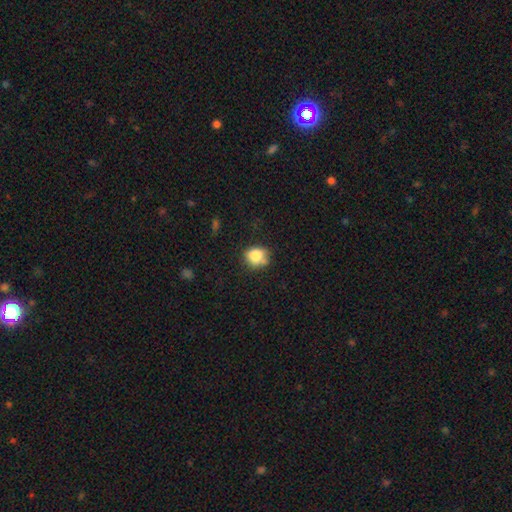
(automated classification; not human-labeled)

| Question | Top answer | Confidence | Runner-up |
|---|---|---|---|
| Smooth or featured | smooth | 81% | star or artifact (10%) |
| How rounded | round | 65% | in between (34%) |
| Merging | none | 62% | minor disturbance (23%) |